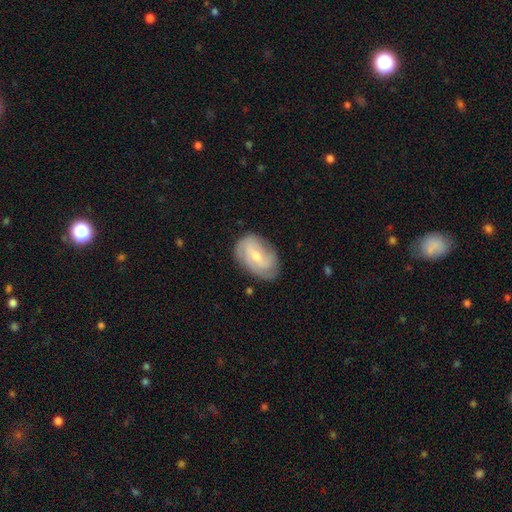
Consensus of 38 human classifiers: smooth-or-featured: featured or disk: 87% | smooth: 13% | star or artifact: 0%
  disk-edge-on: no: 94% | yes: 6%
    bar: no: 45% | weak: 35% | strong: 19%
    has-spiral-arms: yes: 100% | no: 0%
      spiral-winding: tight: 61% | medium: 26% | loose: 13%
      spiral-arm-count: 3: 42% | can't tell: 29% | 2: 26% | 4: 3% | 1: 0% | more than 4: 0%
    bulge-size: moderate: 52% | small: 45% | dominant: 3% | large: 0% | none: 0%
  merging: none: 79% | minor disturbance: 11% | major disturbance: 8% | merger: 3%